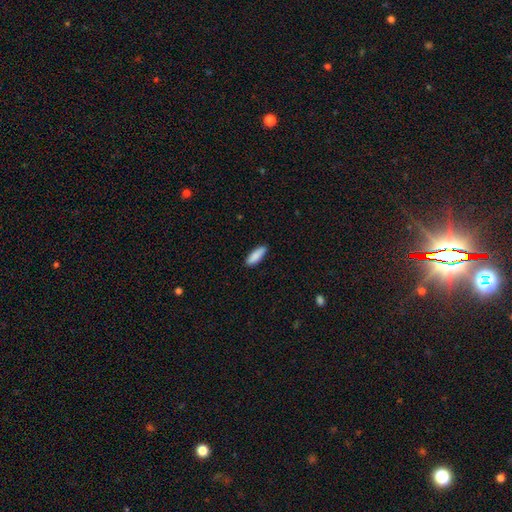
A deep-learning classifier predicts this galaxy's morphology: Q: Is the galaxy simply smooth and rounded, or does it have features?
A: smooth — 89%.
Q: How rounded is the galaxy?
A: in between — 61%.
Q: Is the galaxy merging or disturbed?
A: none — 88%.